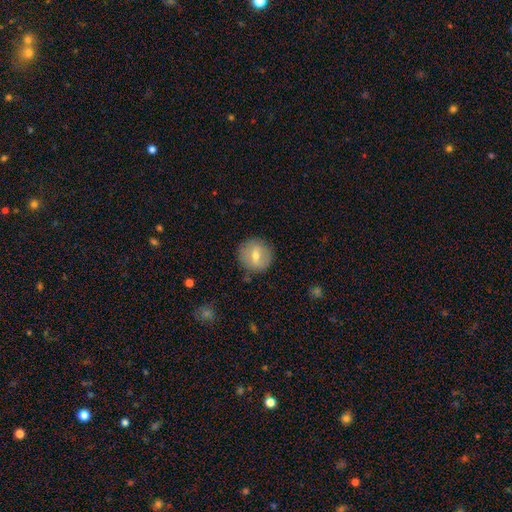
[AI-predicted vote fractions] This appears to be a smooth galaxy with no disk features (54%) that is round (90%). Merging: none (84%).